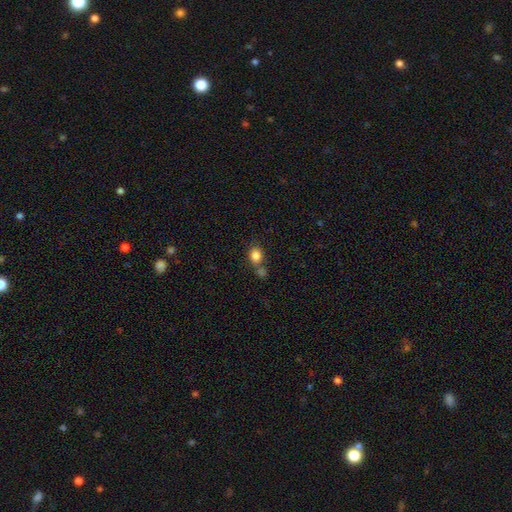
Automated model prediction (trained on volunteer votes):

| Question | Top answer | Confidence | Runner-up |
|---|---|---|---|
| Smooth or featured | smooth | 84% | star or artifact (10%) |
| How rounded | round | 49% | tied: in between (49%) |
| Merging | none | 53% | merger (31%) |